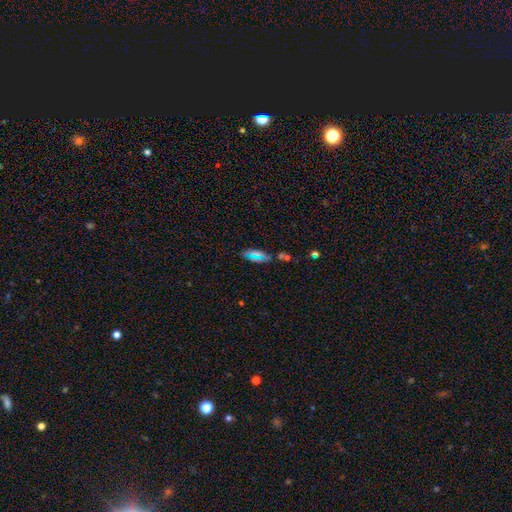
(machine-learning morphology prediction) Q: Smooth or featured?
A: smooth (54%); runner-up: star or artifact (30%)
Q: How rounded?
A: in between (75%); runner-up: cigar-shaped (18%)
Q: Merging?
A: none (70%); runner-up: minor disturbance (18%)